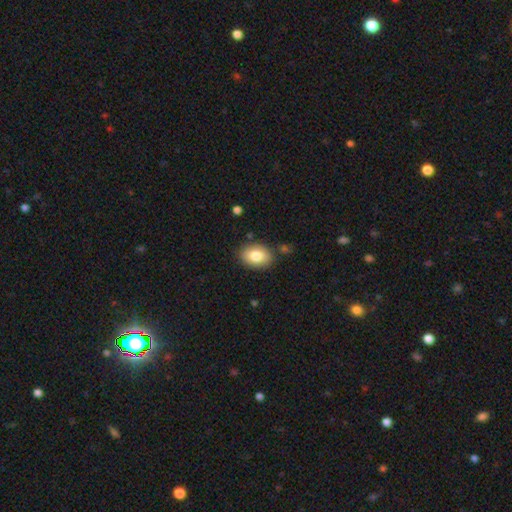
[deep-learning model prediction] smooth_or_featured: smooth (p=0.81) [alt: featured or disk p=0.12]
how_rounded: in between (p=0.82) [alt: round p=0.17]
merging: none (p=0.83) [alt: minor disturbance p=0.11]